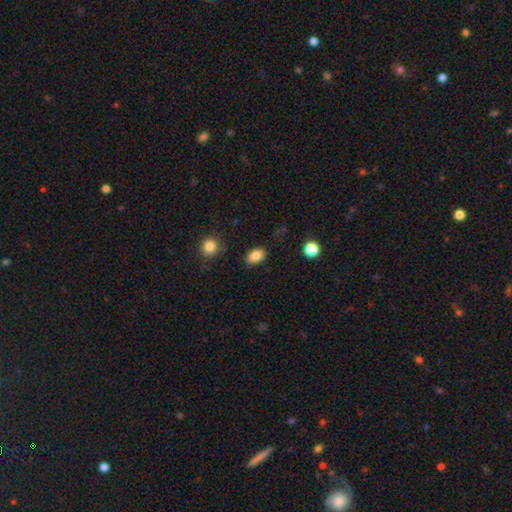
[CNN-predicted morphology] Smooth or featured?
  - smooth: 86% *
  - star or artifact: 9%
  - featured or disk: 5%
How rounded?
  - in between: 84% *
  - round: 14%
  - cigar-shaped: 1%
Merging?
  - none: 85% *
  - minor disturbance: 11%
  - major disturbance: 3%
  - merger: 2%